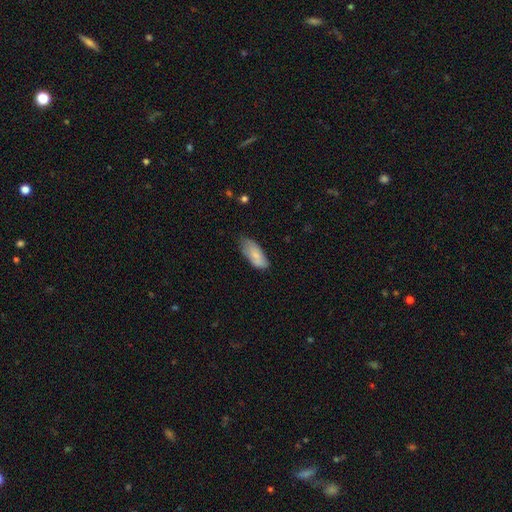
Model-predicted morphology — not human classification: Smooth or featured: smooth — 78% (featured or disk — 16%)
How rounded: in between — 87% (cigar-shaped — 11%)
Merging: none — 59% (minor disturbance — 33%)